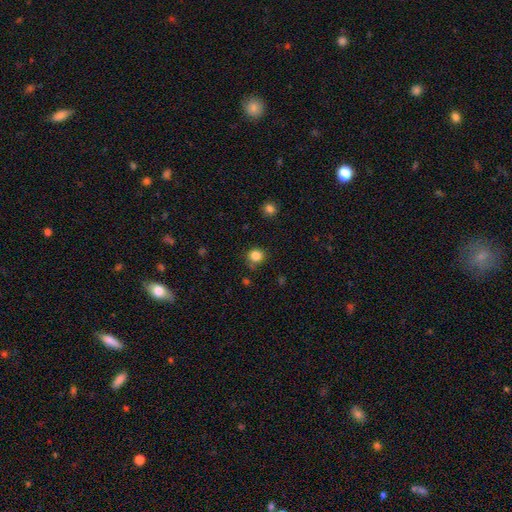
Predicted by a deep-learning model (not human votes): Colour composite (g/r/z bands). It shows a smooth galaxy with no disk features (83%) that is round (89%). Merging: none (80%).